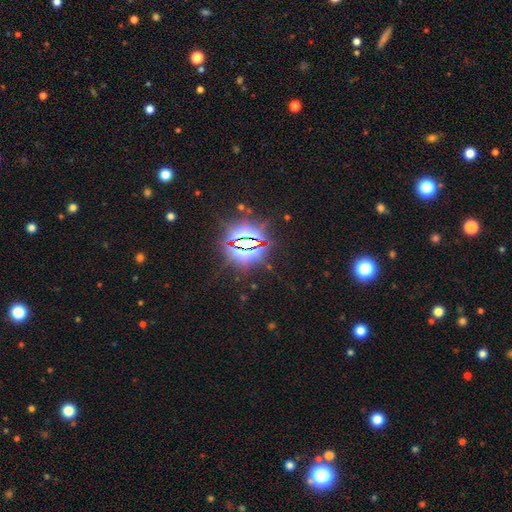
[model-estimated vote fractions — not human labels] smooth_or_featured: star or artifact (p=0.83) [alt: smooth p=0.10]